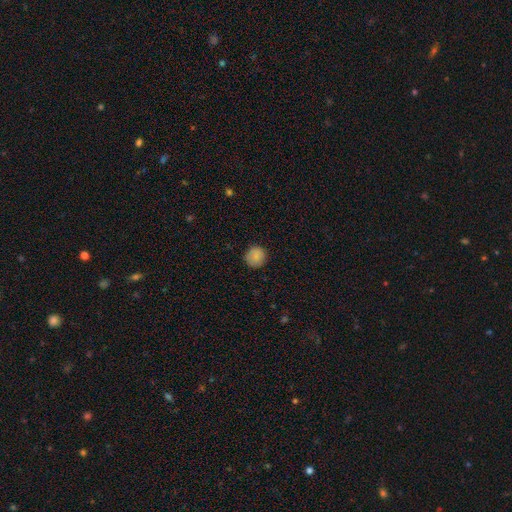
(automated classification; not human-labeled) Smooth or featured?
  - smooth: 87% *
  - star or artifact: 9%
  - featured or disk: 4%
How rounded?
  - round: 93% *
  - in between: 6%
  - cigar-shaped: 1%
Merging?
  - none: 87% *
  - minor disturbance: 9%
  - major disturbance: 2%
  - merger: 1%